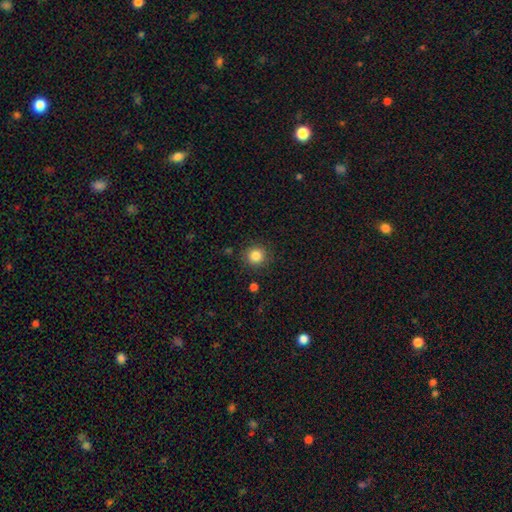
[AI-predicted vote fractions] Smooth or featured: smooth — 84% (star or artifact — 11%)
How rounded: round — 92% (in between — 7%)
Merging: none — 89% (minor disturbance — 7%)